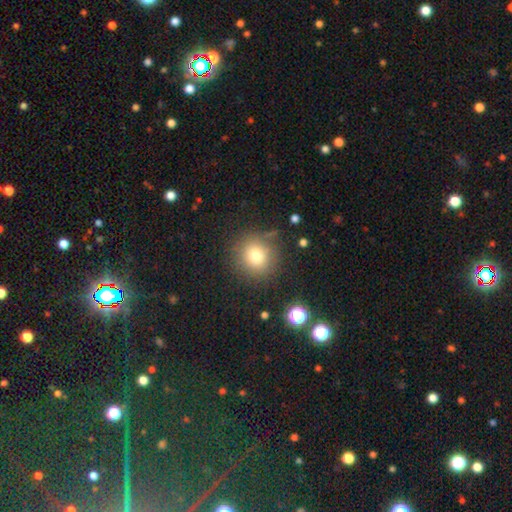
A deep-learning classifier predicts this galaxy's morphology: A smooth galaxy with no disk features (76%) that is round (90%). Merging: none (83%).